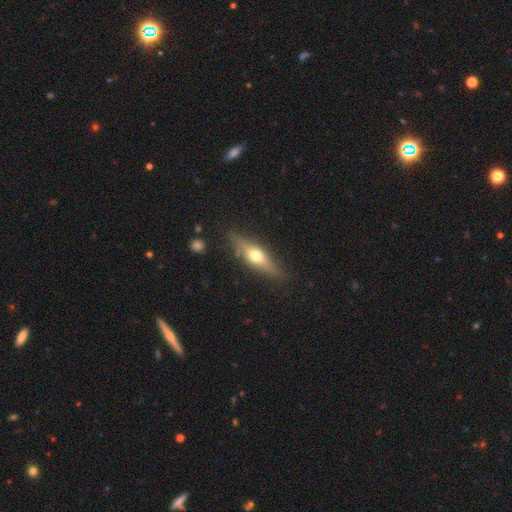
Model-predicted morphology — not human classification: Smooth or featured?
  - featured or disk: 53% *
  - smooth: 40%
  - star or artifact: 7%
Edge-on disk?
  - yes: 88% *
  - no: 12%
Merging?
  - none: 83% *
  - minor disturbance: 12%
  - major disturbance: 3%
  - merger: 2%